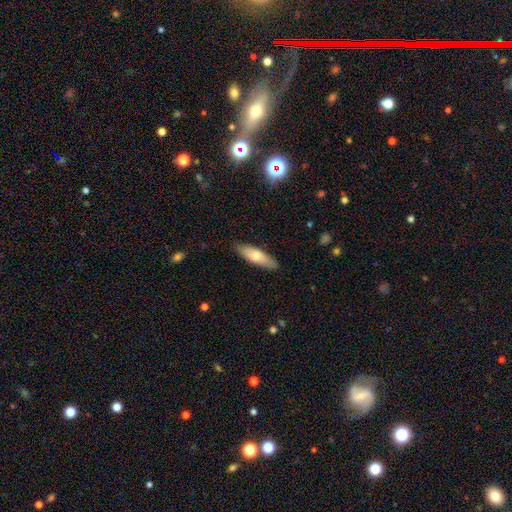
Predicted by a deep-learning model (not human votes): A smooth galaxy with no disk features (67%) that is cigar-shaped (53%). Merging: none (86%).